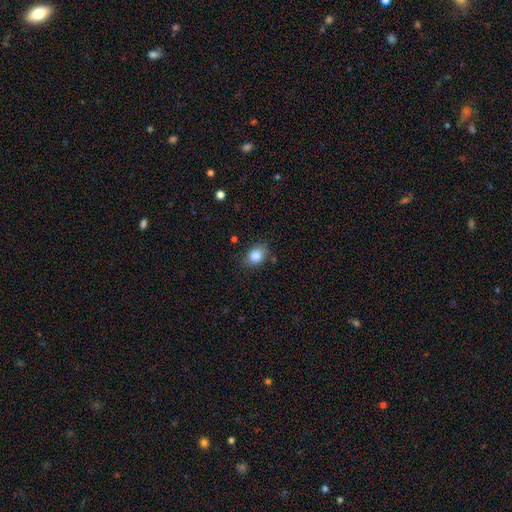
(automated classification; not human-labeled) Smooth or featured? Predicted: smooth (p=0.85). How rounded? Predicted: in between (p=0.62). Merging? Predicted: none (p=0.76).